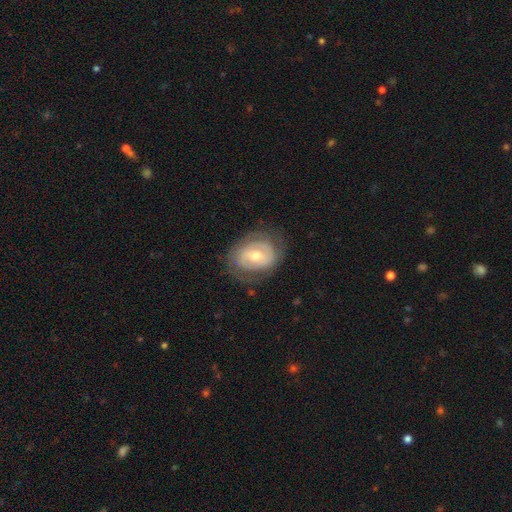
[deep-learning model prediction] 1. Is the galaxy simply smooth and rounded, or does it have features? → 64% featured or disk, 30% smooth, 6% star or artifact.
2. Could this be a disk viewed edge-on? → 96% no, 4% yes.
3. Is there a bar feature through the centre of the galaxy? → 44% no, 40% weak, 17% strong.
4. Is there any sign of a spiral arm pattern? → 60% yes, 40% no.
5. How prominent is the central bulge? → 60% moderate, 35% small, 3% large, 1% none, 1% dominant.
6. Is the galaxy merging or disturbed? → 70% none, 19% minor disturbance, 10% major disturbance, 1% merger.